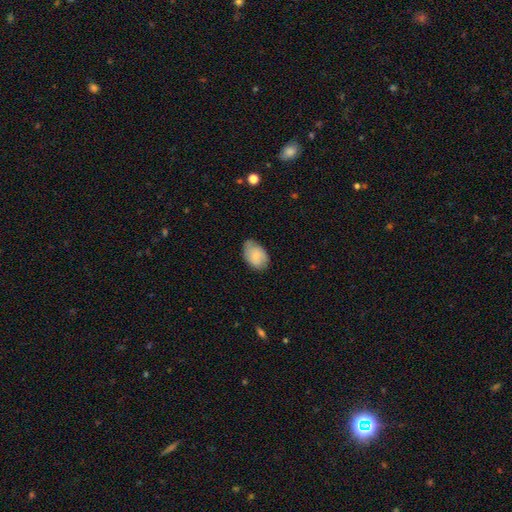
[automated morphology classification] smooth-or-featured: smooth: 75% | featured or disk: 18% | star or artifact: 7%
  how-rounded: in between: 86% | round: 13% | cigar-shaped: 1%
  merging: none: 65% | minor disturbance: 29% | major disturbance: 5% | merger: 1%